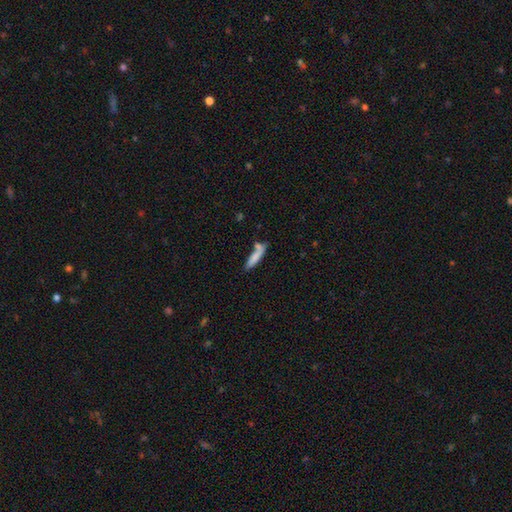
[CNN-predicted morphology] Q: Smooth or featured?
A: smooth (77%); runner-up: featured or disk (16%)
Q: How rounded?
A: cigar-shaped (79%); runner-up: in between (19%)
Q: Merging?
A: none (56%); runner-up: merger (20%)